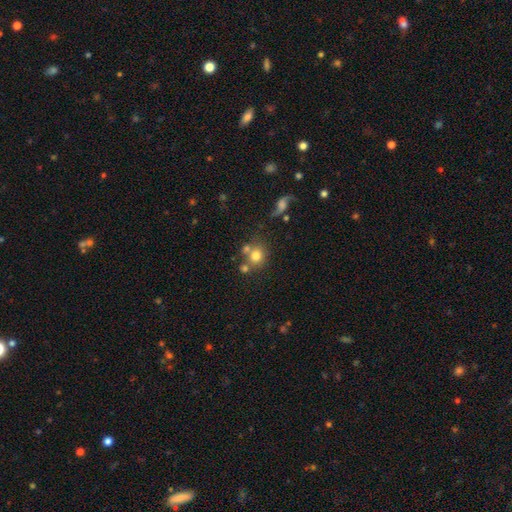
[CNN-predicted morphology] Q: Smooth or featured?
A: smooth (74%); runner-up: featured or disk (13%)
Q: How rounded?
A: round (84%); runner-up: in between (15%)
Q: Merging?
A: none (56%); runner-up: merger (27%)